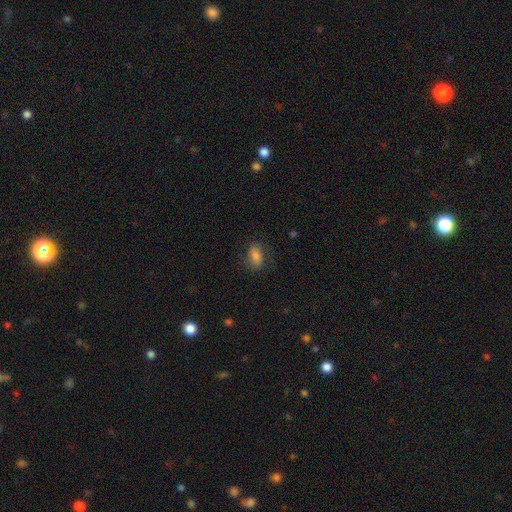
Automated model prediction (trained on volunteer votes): Morphology: type=smooth (75%); roundness=in between (86%); merging=none (77%).